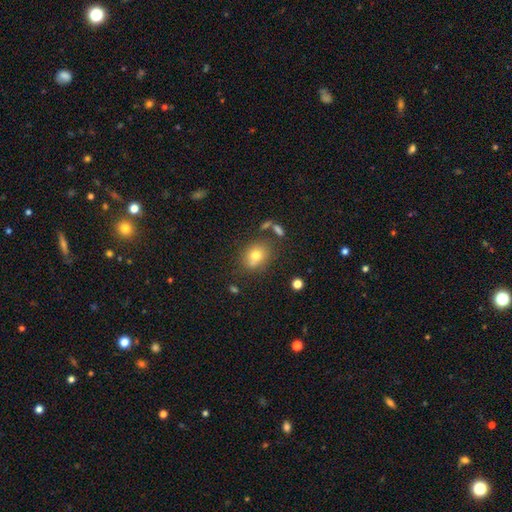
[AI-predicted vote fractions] Smooth or featured: smooth — 74% (featured or disk — 13%)
How rounded: round — 57% (in between — 41%)
Merging: none — 68% (minor disturbance — 16%)